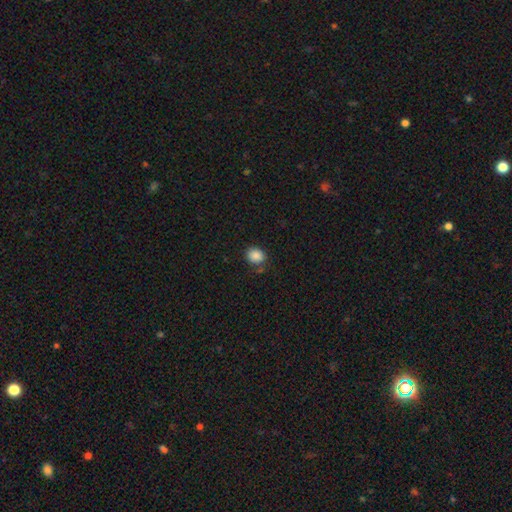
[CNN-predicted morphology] Smooth or featured? Predicted: smooth (p=0.87). How rounded? Predicted: round (p=0.61). Merging? Predicted: none (p=0.77).